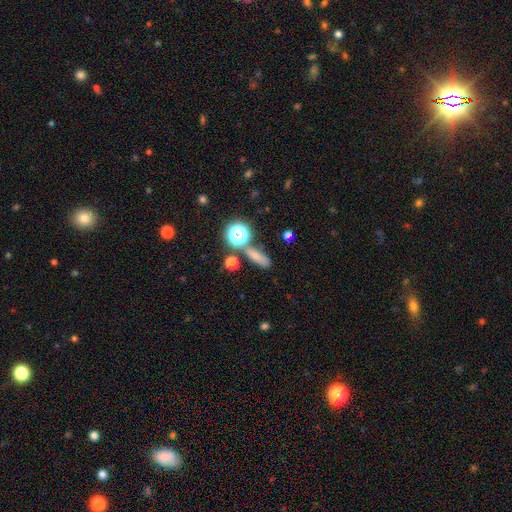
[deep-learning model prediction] A smooth galaxy with no disk features (68%) that is cigar-shaped (44%).

Vote fractions:
- Smooth or featured? smooth: 68% / star or artifact: 21% / featured or disk: 10%
- How rounded? cigar-shaped: 44% / in between: 36% / round: 20%
- Merging? none: 70% / merger: 13% / minor disturbance: 12% / major disturbance: 5%